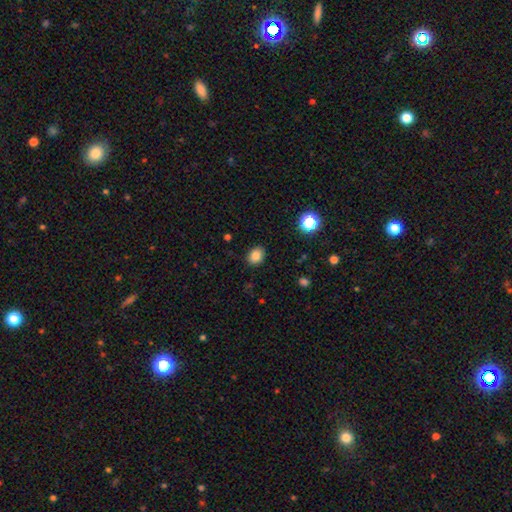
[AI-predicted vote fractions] smooth 83%, star or artifact 11%, featured or disk 5%. Down the decision tree: how rounded — round (51%); merging — none (88%).